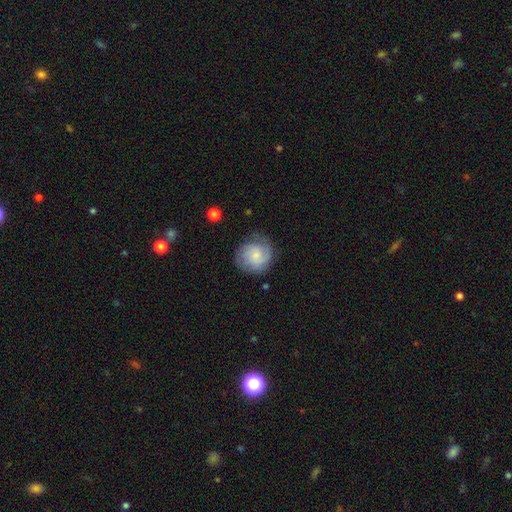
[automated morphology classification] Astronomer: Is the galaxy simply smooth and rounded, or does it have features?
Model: featured or disk — 52% (runner-up: smooth, 41%).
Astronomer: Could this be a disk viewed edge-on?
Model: no — 98%.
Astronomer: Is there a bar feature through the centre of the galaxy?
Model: no — 71%.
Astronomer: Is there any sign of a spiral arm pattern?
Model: yes — 89%.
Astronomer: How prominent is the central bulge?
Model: small — 65%.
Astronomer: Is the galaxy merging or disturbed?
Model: none — 73%.